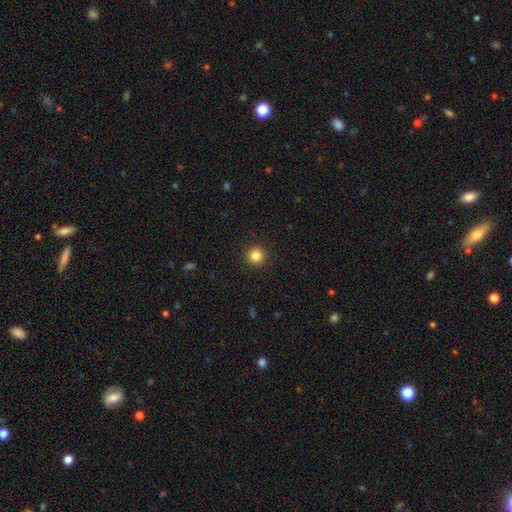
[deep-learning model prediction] Smooth or featured?
  - smooth: 84% *
  - star or artifact: 12%
  - featured or disk: 5%
How rounded?
  - round: 96% *
  - in between: 3%
  - cigar-shaped: 1%
Merging?
  - none: 93% *
  - minor disturbance: 4%
  - major disturbance: 2%
  - merger: 1%